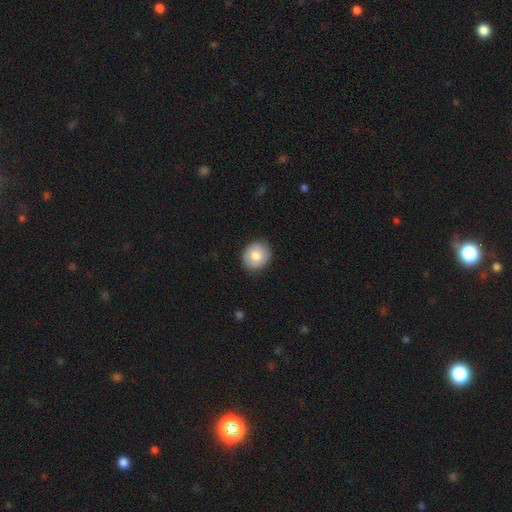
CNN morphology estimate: type=smooth (74%); roundness=round (68%); merging=none (83%).